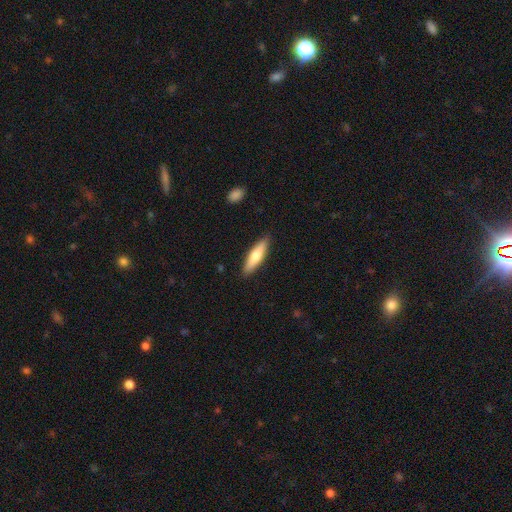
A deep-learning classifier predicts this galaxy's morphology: smooth_or_featured: smooth (p=0.68) [alt: featured or disk p=0.27]
how_rounded: cigar-shaped (p=0.68) [alt: in between p=0.31]
merging: none (p=0.88) [alt: minor disturbance p=0.09]